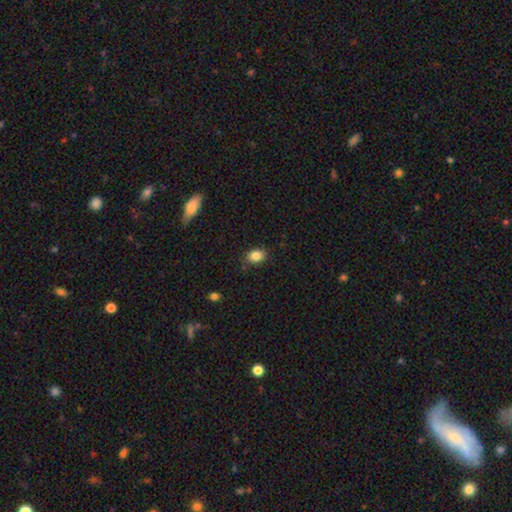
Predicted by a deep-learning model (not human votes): A smooth galaxy with no disk features (85%) that is in between round and cigar-shaped (67%). Merging: none (82%).